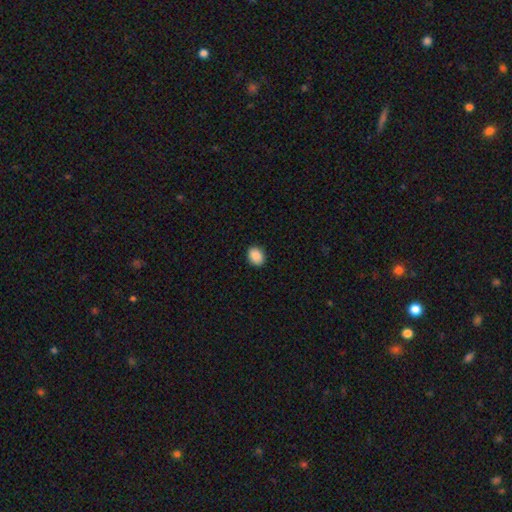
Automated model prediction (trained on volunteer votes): smooth_or_featured: smooth (p=0.90) [alt: star or artifact p=0.08]
how_rounded: in between (p=0.60) [alt: round p=0.39]
merging: none (p=0.90) [alt: minor disturbance p=0.07]